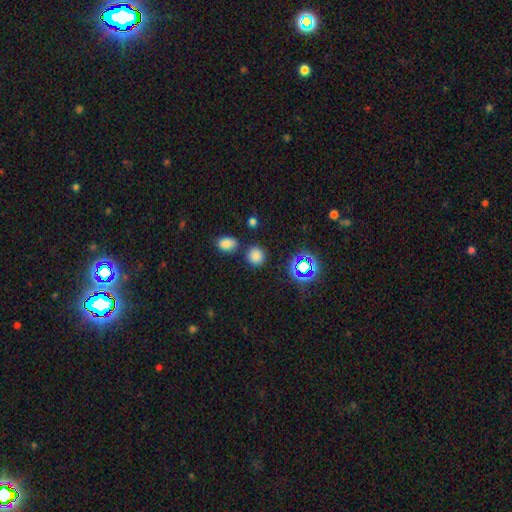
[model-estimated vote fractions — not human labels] This appears to be a smooth galaxy with no disk features (76%) that is round (84%). Merging: none (80%).